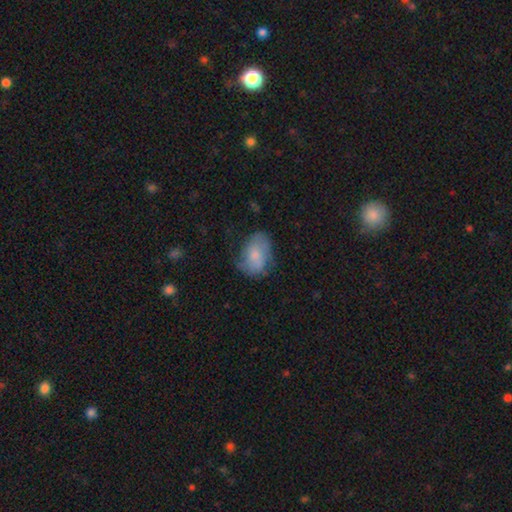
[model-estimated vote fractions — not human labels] This appears to be a smooth galaxy with no disk features (61%) that is in between round and cigar-shaped (79%). Merging: none (54%).